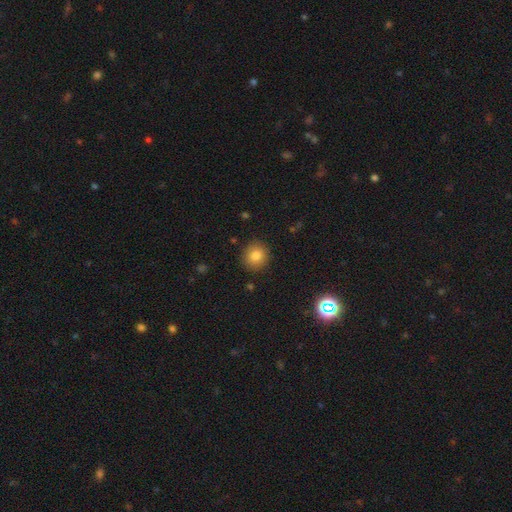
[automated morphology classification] Smooth or featured: smooth — 83% (star or artifact — 10%)
How rounded: round — 85% (in between — 14%)
Merging: none — 89% (minor disturbance — 8%)